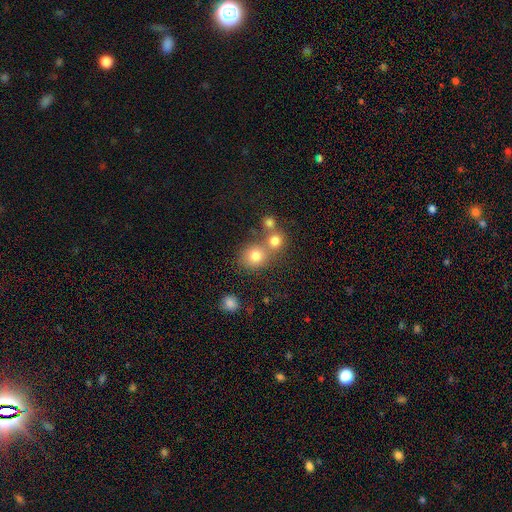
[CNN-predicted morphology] smooth 78%, star or artifact 14%, featured or disk 9%. Down the decision tree: how rounded — round (78%); merging — none (52%).